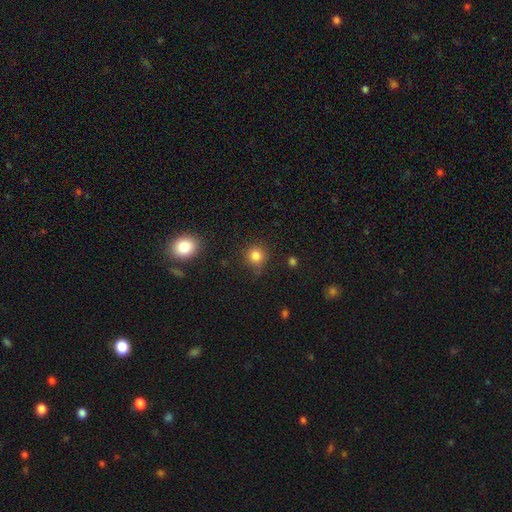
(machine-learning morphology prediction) type=smooth (82%); roundness=round (92%); merging=none (81%).